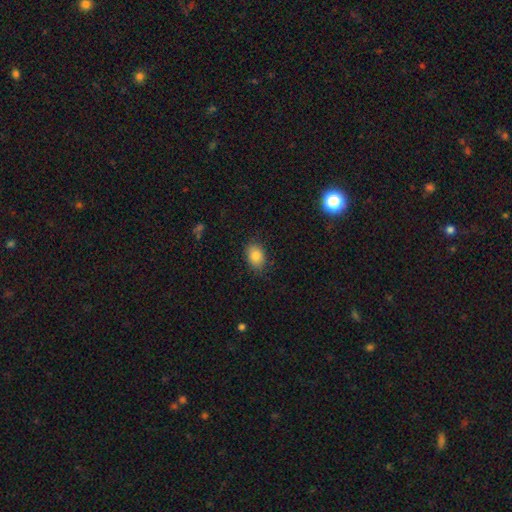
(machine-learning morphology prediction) Smooth or featured: smooth — 83% (star or artifact — 9%)
How rounded: in between — 74% (round — 25%)
Merging: none — 83% (minor disturbance — 13%)